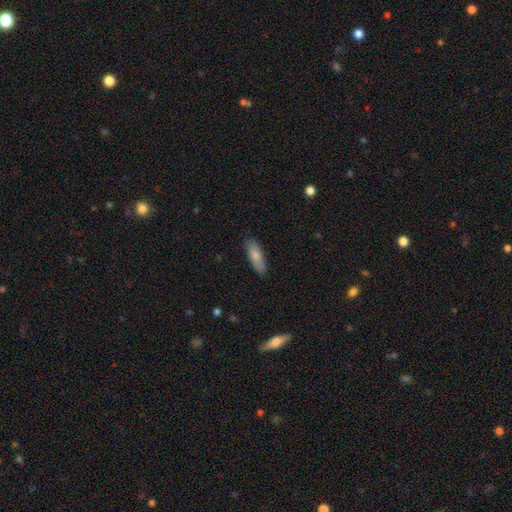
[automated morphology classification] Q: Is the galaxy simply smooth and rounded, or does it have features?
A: smooth — 83%.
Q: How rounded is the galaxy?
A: in between — 63%.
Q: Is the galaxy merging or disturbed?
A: none — 84%.